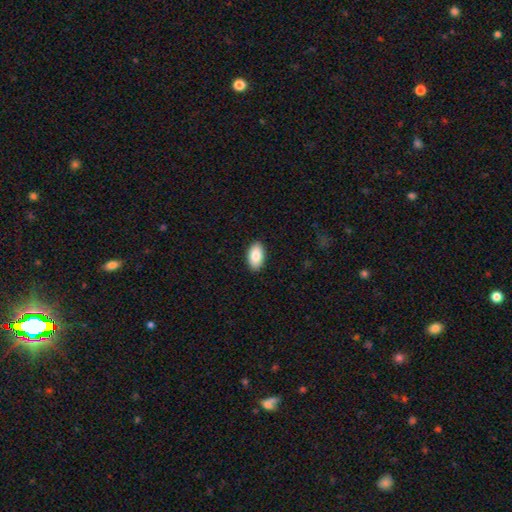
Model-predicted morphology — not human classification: smooth_or_featured: smooth (p=0.86) [alt: featured or disk p=0.07]
how_rounded: in between (p=0.94) [alt: round p=0.03]
merging: none (p=0.90) [alt: minor disturbance p=0.07]